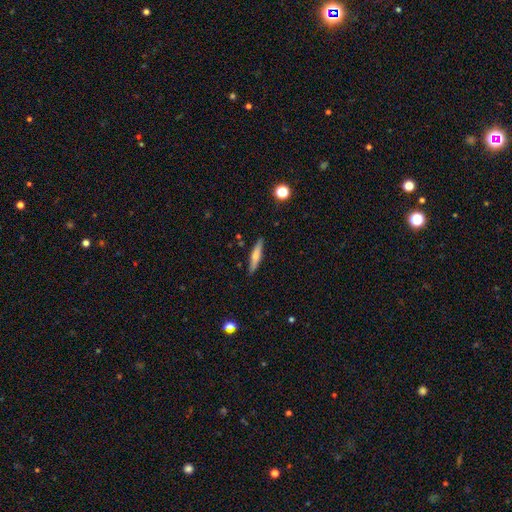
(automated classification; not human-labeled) Smooth or featured? Predicted: smooth (p=0.60). How rounded? Predicted: cigar-shaped (p=0.88). Merging? Predicted: none (p=0.88).